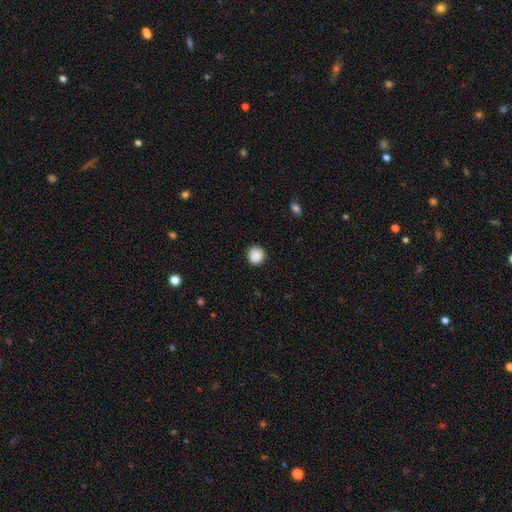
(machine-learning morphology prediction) Smooth or featured? smooth (88%)
How rounded? round (91%)
Merging? none (85%)